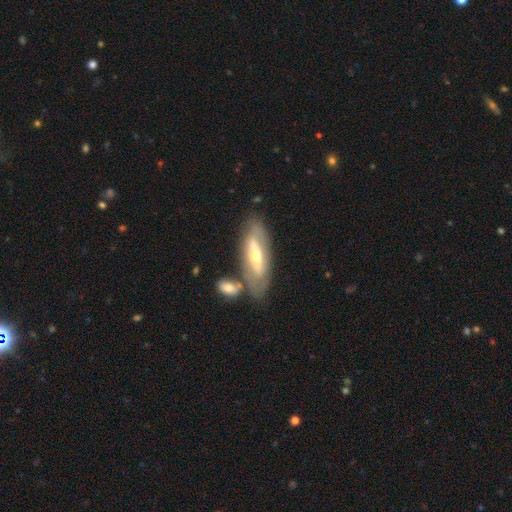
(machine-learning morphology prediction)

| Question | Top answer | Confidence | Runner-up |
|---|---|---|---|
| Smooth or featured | featured or disk | 63% | smooth (31%) |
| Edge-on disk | no | 71% | yes (29%) |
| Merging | none | 68% | minor disturbance (15%) |